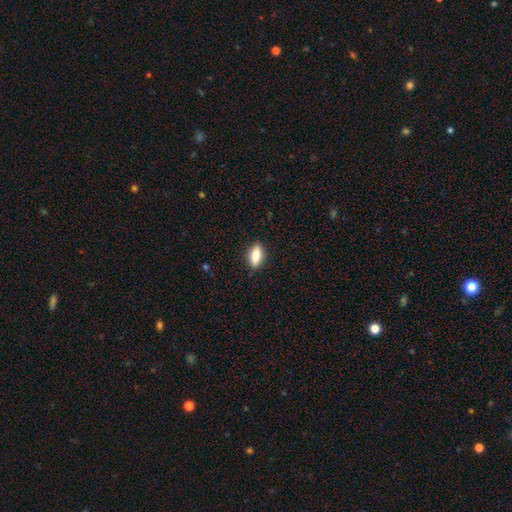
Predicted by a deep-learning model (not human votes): smooth 73%, featured or disk 20%, star or artifact 7%. Down the decision tree: how rounded — in between (79%); merging — none (88%).